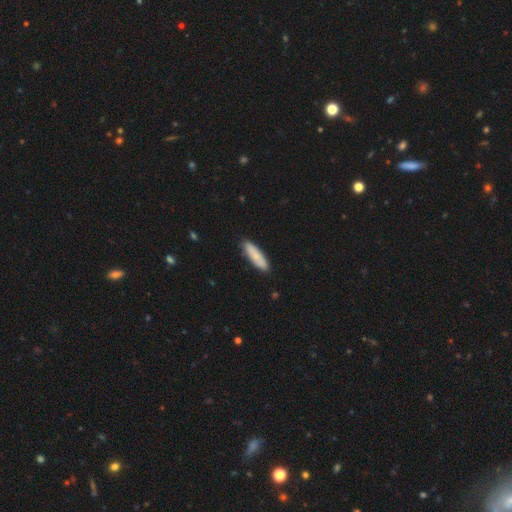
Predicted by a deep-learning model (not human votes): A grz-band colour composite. It shows a smooth galaxy with no disk features (80%) that is cigar-shaped (64%). Merging: none (87%).